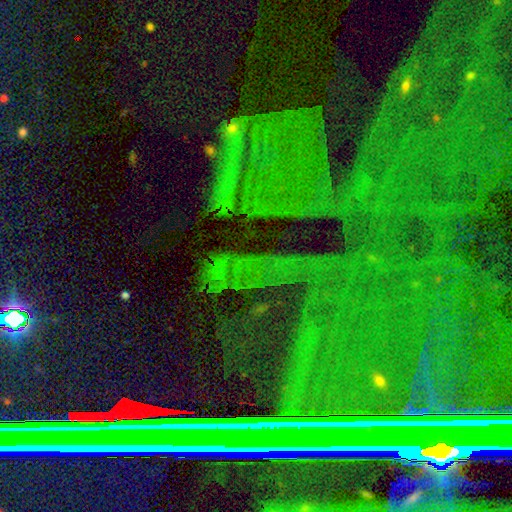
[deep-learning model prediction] Morphology: type=star or artifact (78%).